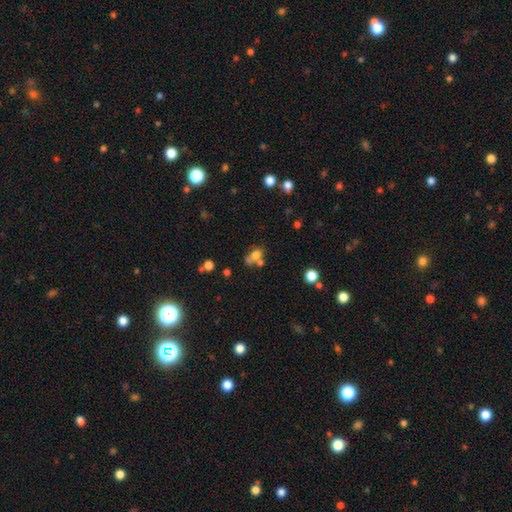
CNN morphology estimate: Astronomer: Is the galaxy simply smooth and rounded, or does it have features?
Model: smooth — 68%.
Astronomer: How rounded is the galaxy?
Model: in between — 50% (runner-up: round, 48%).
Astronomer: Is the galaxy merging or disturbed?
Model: merger — 48% (runner-up: none, 34%).